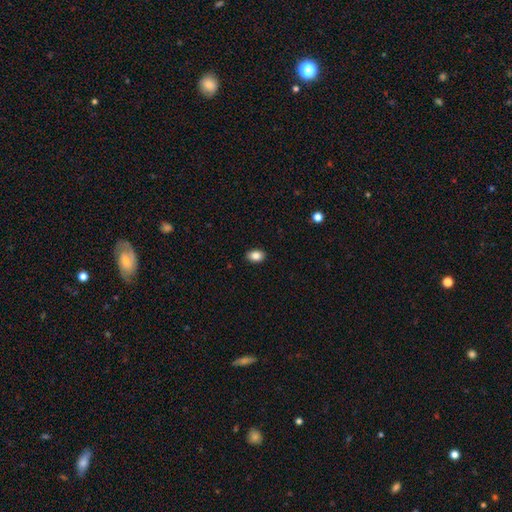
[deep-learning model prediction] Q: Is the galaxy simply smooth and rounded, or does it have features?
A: smooth — 85%.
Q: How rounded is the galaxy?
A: in between — 80%.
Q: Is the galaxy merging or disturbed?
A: none — 88%.